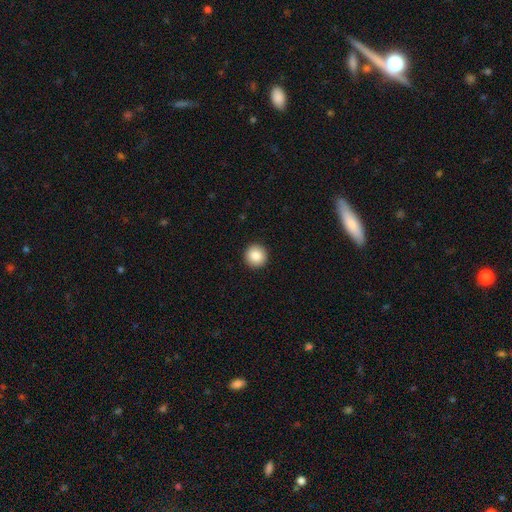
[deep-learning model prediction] Smooth or featured? Predicted: smooth (p=0.87). How rounded? Predicted: round (p=0.95). Merging? Predicted: none (p=0.93).